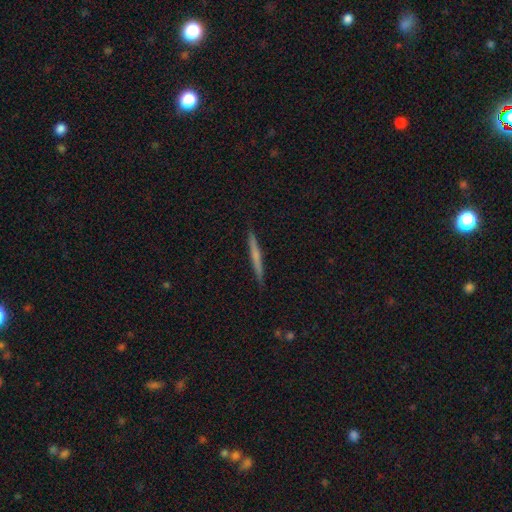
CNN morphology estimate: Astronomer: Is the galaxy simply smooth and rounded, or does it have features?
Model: smooth — 52% (runner-up: featured or disk, 42%).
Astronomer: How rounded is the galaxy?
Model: cigar-shaped — 96%.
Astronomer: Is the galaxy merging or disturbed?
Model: none — 91%.